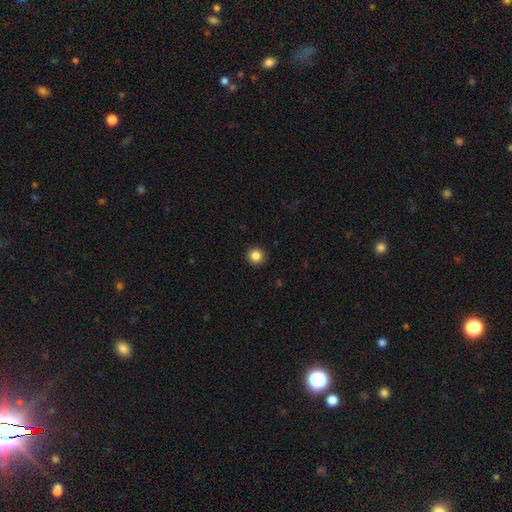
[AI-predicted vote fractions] smooth 85%, star or artifact 10%, featured or disk 4%. Down the decision tree: how rounded — round (95%); merging — none (93%).